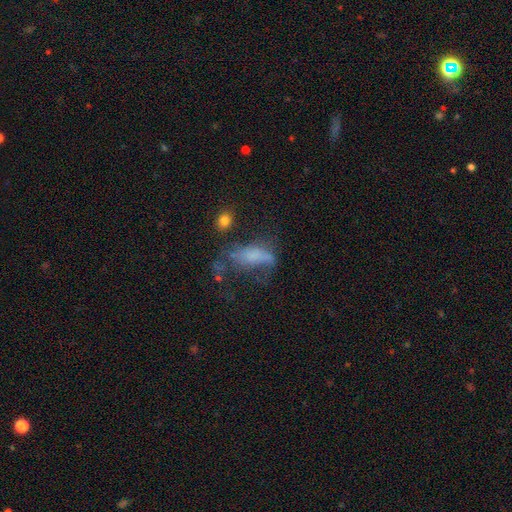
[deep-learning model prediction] Smooth or featured? smooth (52%)
How rounded? in between (73%)
Merging? major disturbance (42%)